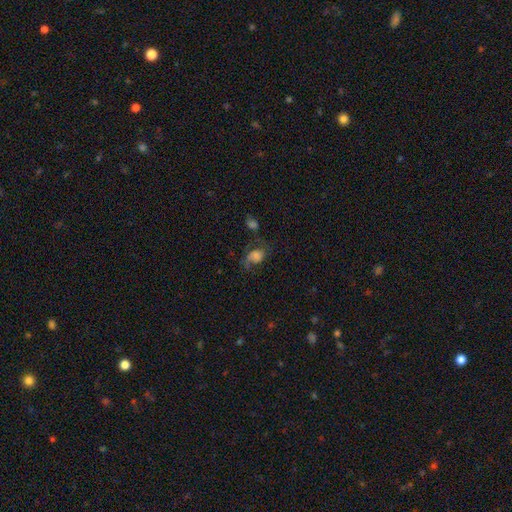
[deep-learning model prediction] Overall: smooth (49%; featured or disk 37%). Merging: none (35%; major disturbance 34%).